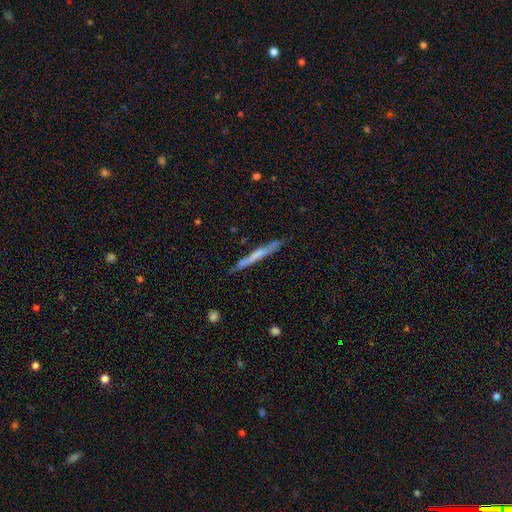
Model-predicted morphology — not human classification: Smooth or featured: smooth — 54% (featured or disk — 41%)
How rounded: cigar-shaped — 96% (in between — 2%)
Merging: none — 81% (minor disturbance — 14%)